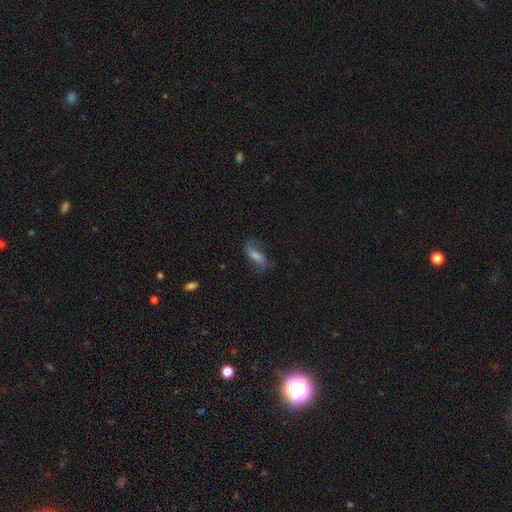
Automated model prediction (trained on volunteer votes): Smooth or featured: featured or disk — 58% (smooth — 31%)
Edge-on disk: no — 88% (yes — 12%)
Bar: weak — 41% (no — 31%)
Spiral arms: yes — 89% (no — 11%)
Bulge size: moderate — 39% (small — 34%)
Merging: none — 69% (minor disturbance — 19%)